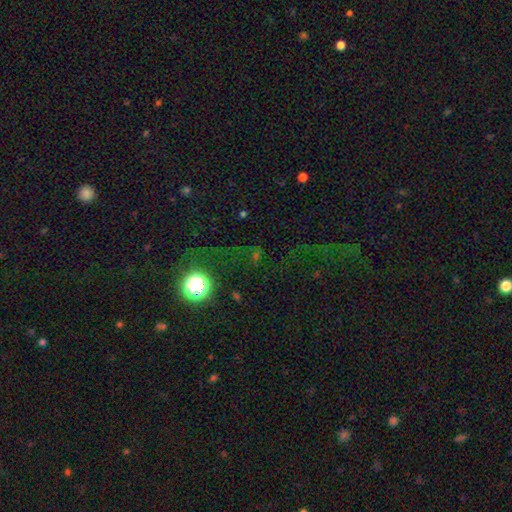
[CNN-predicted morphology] smooth-or-featured: star or artifact: 67% | smooth: 22% | featured or disk: 11%